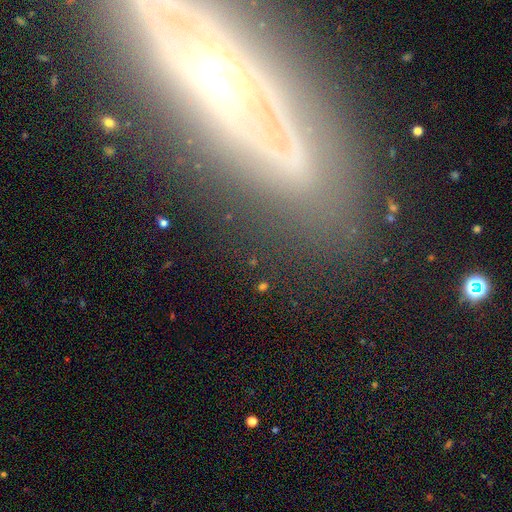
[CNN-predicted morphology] type=featured or disk (56%); edge-on=no (59%); merging=none (71%).